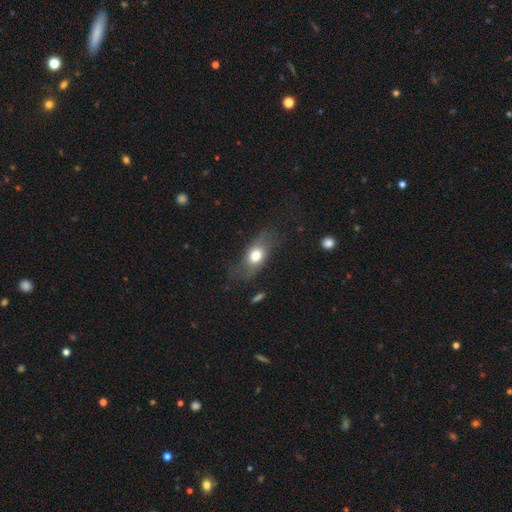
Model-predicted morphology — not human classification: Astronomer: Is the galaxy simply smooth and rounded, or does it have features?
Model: smooth — 67%.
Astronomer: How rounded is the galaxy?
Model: in between — 76%.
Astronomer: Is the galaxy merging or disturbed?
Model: none — 64%.